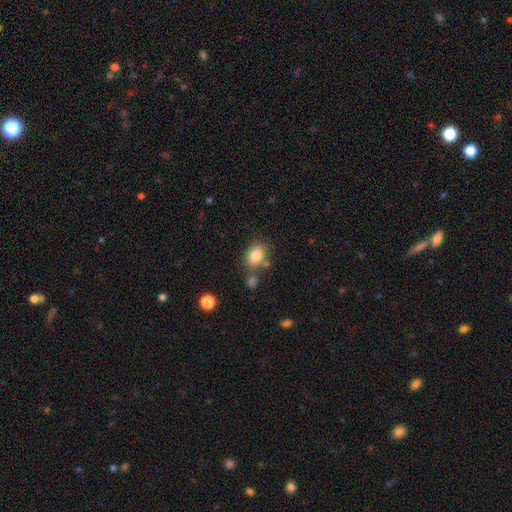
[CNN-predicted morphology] smooth-or-featured: smooth: 83% | star or artifact: 9% | featured or disk: 9%
  how-rounded: in between: 80% | round: 19% | cigar-shaped: 2%
  merging: none: 64% | merger: 15% | minor disturbance: 15% | major disturbance: 5%